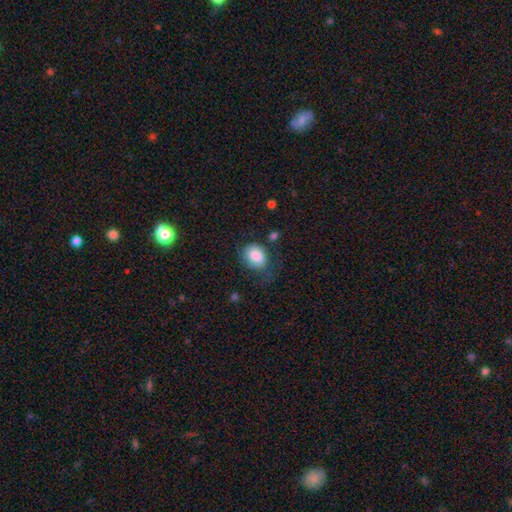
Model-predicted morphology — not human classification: type=smooth (83%); roundness=in between (53%); merging=none (53%).